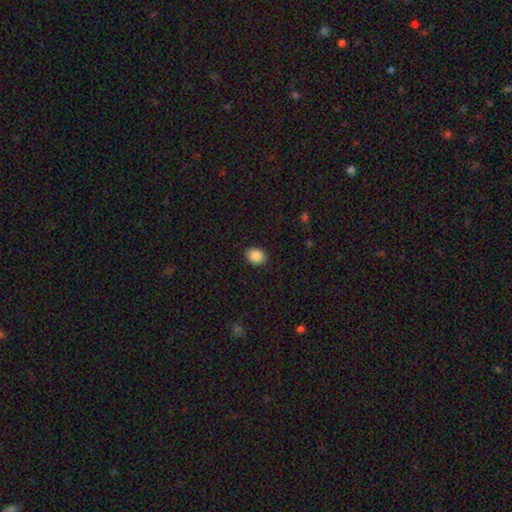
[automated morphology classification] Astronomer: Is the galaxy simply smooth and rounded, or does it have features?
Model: smooth — 88%.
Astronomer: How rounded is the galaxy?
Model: in between — 53% (runner-up: round, 46%).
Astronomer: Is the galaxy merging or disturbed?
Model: none — 89%.